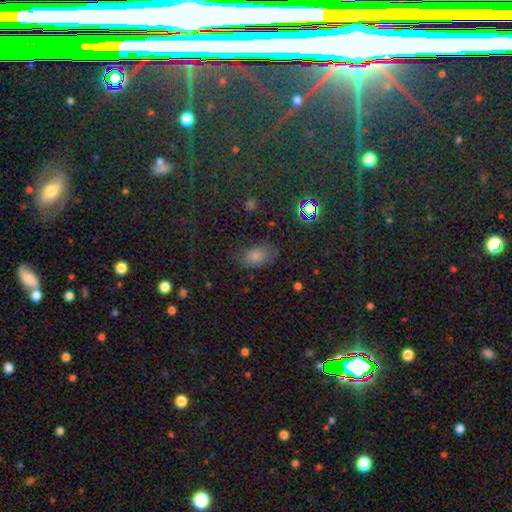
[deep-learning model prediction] Morphology: type=smooth (60%); roundness=in between (88%); merging=none (80%).